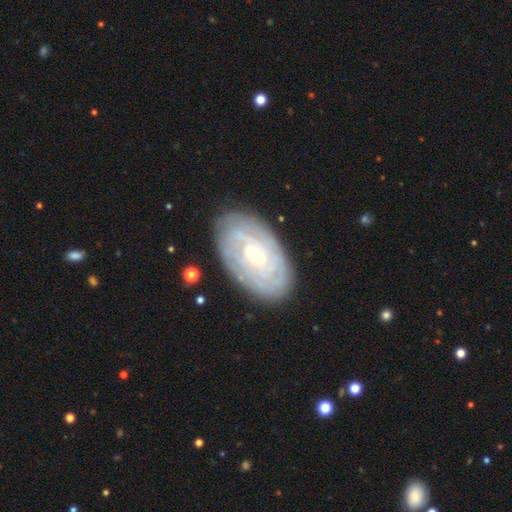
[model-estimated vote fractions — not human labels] Smooth or featured? Predicted: featured or disk (p=0.82). Edge-on disk? Predicted: no (p=0.95). Bar? Predicted: weak (p=0.47). Spiral arms? Predicted: yes (p=0.93). Spiral winding? Predicted: tight (p=0.79). Spiral arm count? Predicted: can't tell (p=0.46). Bulge size? Predicted: small (p=0.56). Merging? Predicted: none (p=0.83).